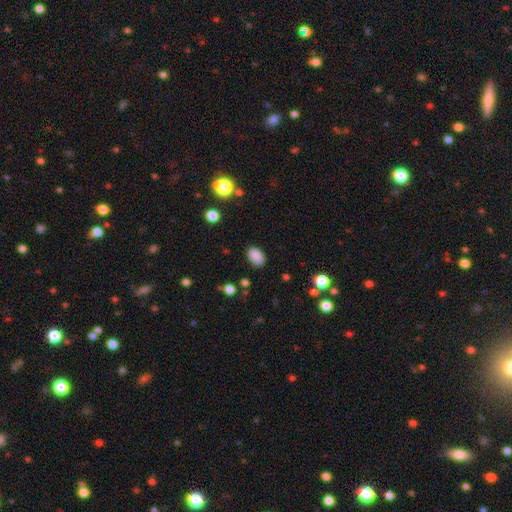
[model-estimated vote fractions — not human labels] smooth 86%, star or artifact 10%, featured or disk 4%. Down the decision tree: how rounded — in between (85%); merging — none (83%).